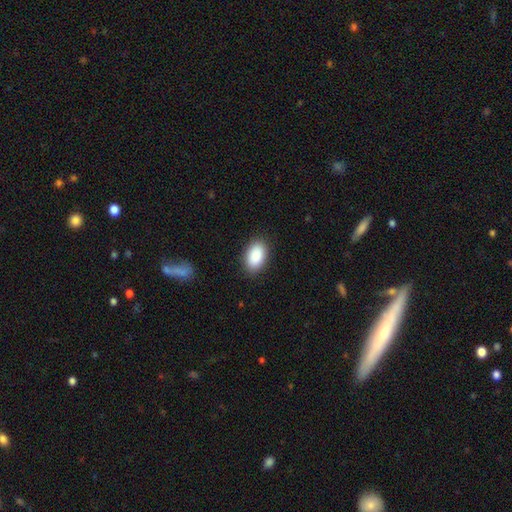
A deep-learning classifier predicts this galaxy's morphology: This appears to be a smooth galaxy with no disk features (91%) that is in between round and cigar-shaped (93%). Merging: none (88%).